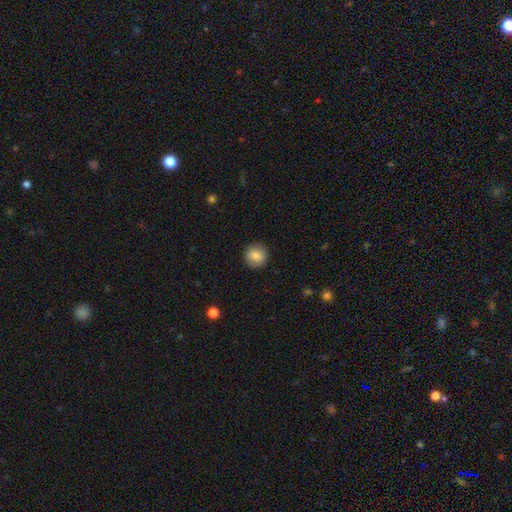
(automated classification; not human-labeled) Smooth or featured? Predicted: smooth (p=0.82). How rounded? Predicted: round (p=0.93). Merging? Predicted: none (p=0.90).